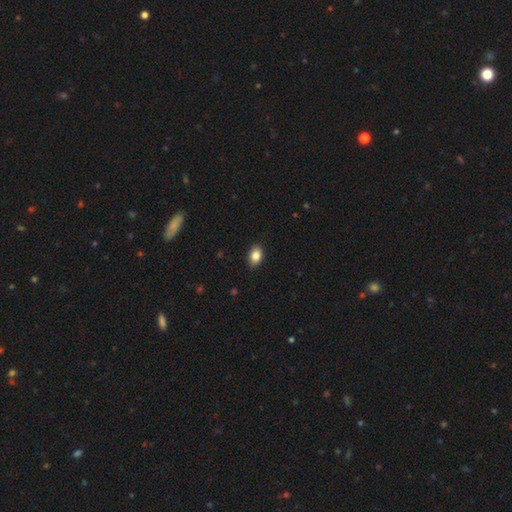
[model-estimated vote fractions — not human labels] Smooth or featured: smooth — 85% (star or artifact — 8%)
How rounded: in between — 85% (round — 14%)
Merging: none — 87% (minor disturbance — 10%)